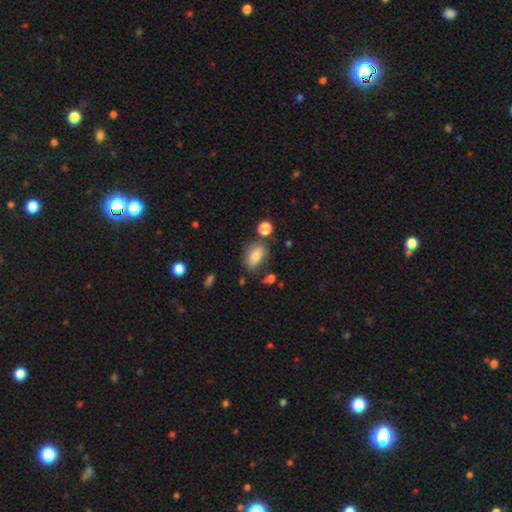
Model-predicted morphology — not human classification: This is likely a smooth galaxy (77%). How rounded: likely in between (80%). Merging: likely none (68%).